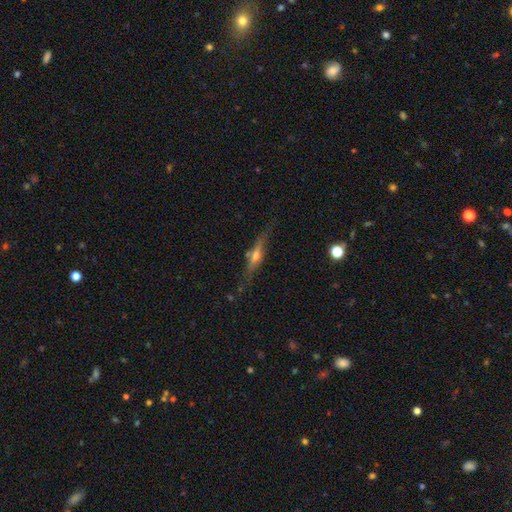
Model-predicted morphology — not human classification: This is likely a featured or disk galaxy (67%). It is clearly viewed edge-on (93%). Edge-on bulge: clearly rounded (86%). Merging: likely none (77%).